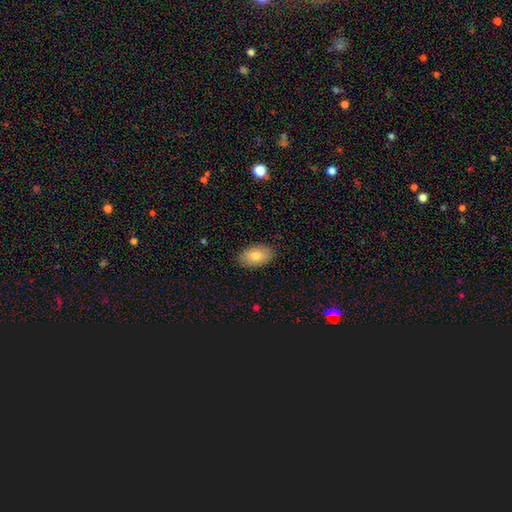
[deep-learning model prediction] Smooth or featured? Predicted: smooth (p=0.78). How rounded? Predicted: in between (p=0.93). Merging? Predicted: none (p=0.88).